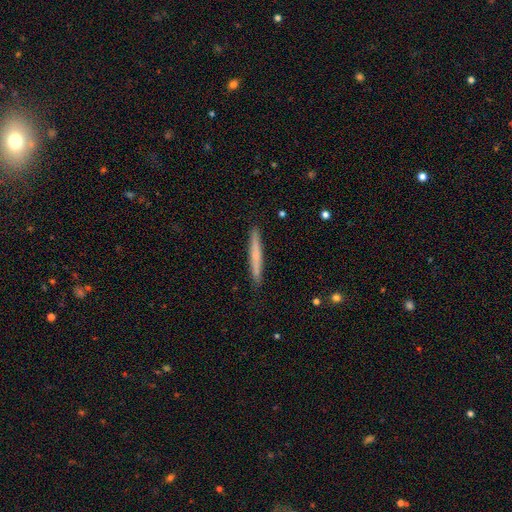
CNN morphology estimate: A smooth galaxy with no disk features (64%) that is cigar-shaped (97%). Merging: none (90%).